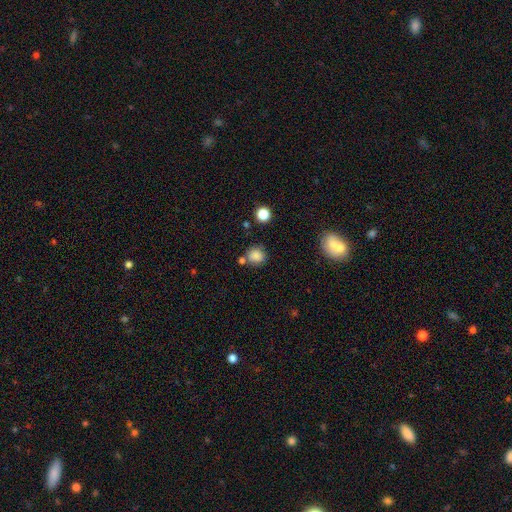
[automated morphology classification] This appears to be a smooth galaxy with no disk features (84%) that is round (84%). Merging: none (72%).